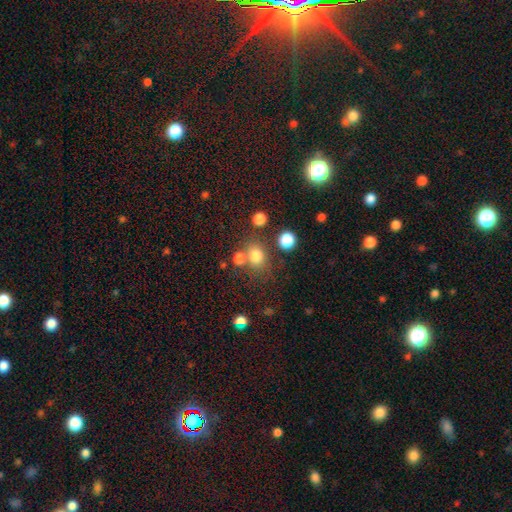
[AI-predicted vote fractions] Smooth or featured?
  - smooth: 77% *
  - star or artifact: 15%
  - featured or disk: 8%
How rounded?
  - round: 62% *
  - in between: 37%
  - cigar-shaped: 1%
Merging?
  - none: 64% *
  - merger: 17%
  - minor disturbance: 12%
  - major disturbance: 6%